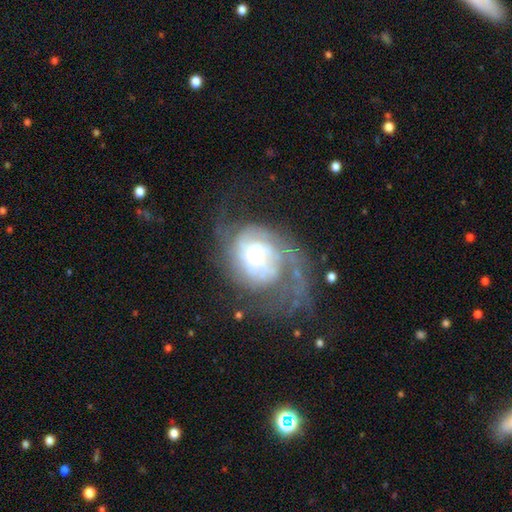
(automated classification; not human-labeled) A featured or disk galaxy (71%) with no bar (58%), tight (36%, tied with medium) spiral arms (74%) and a moderate central bulge (56%). Merging: major disturbance (47%).